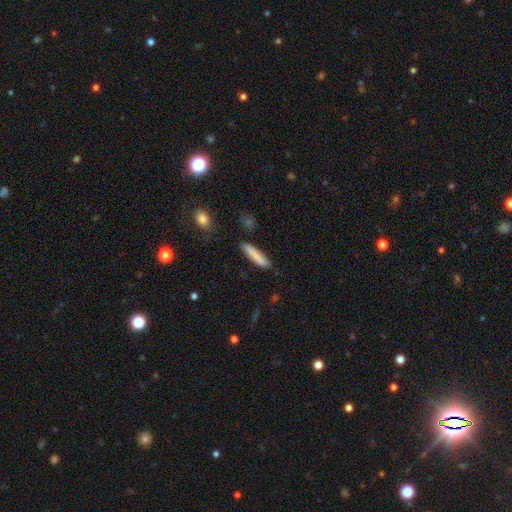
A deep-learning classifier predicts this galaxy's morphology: Q: Smooth or featured?
A: smooth (82%); runner-up: featured or disk (11%)
Q: How rounded?
A: cigar-shaped (88%); runner-up: in between (11%)
Q: Merging?
A: none (85%); runner-up: minor disturbance (10%)